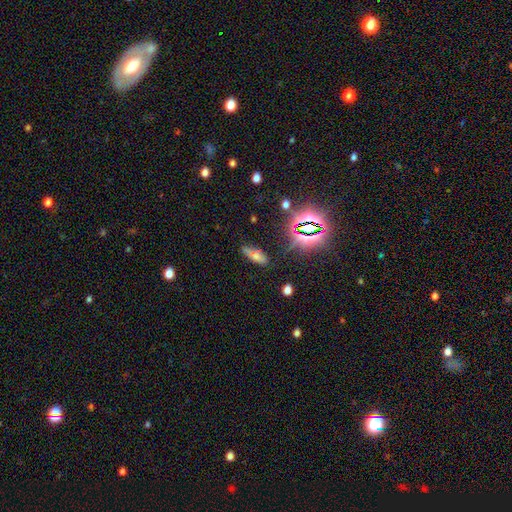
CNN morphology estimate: smooth-or-featured: smooth: 63% | star or artifact: 22% | featured or disk: 15%
  how-rounded: in between: 61% | cigar-shaped: 35% | round: 4%
  merging: none: 64% | minor disturbance: 22% | major disturbance: 8% | merger: 7%